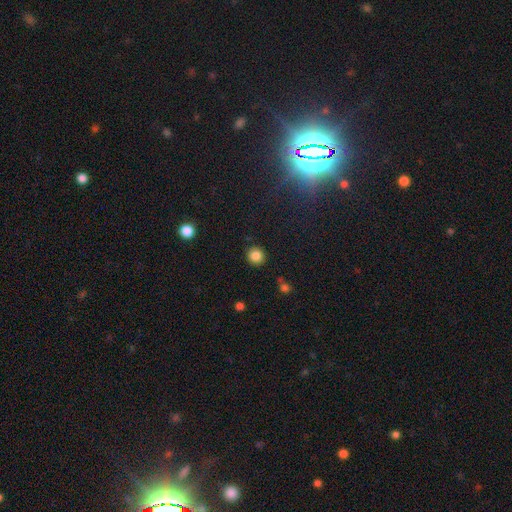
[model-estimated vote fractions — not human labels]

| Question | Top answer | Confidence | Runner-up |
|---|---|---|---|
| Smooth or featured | smooth | 85% | star or artifact (11%) |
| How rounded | round | 91% | in between (8%) |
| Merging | none | 90% | minor disturbance (6%) |